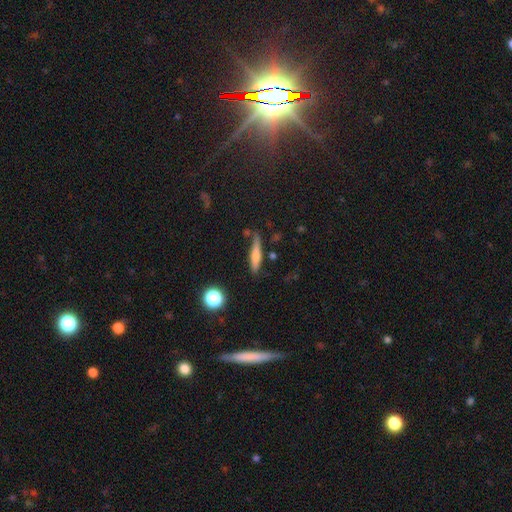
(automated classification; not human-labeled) Morphology: type=smooth (59%); roundness=cigar-shaped (82%); merging=none (72%).